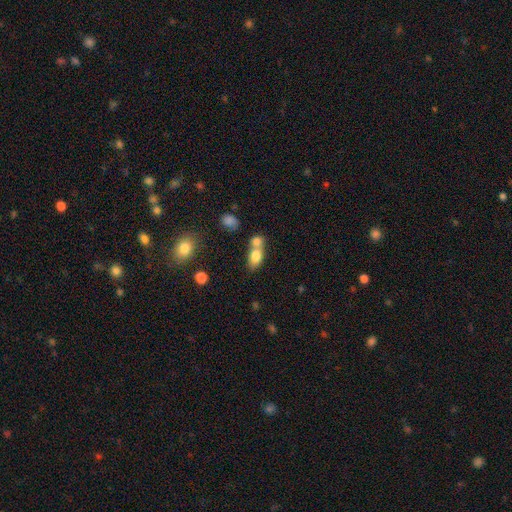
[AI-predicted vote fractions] A smooth galaxy with no disk features (78%) that is in between round and cigar-shaped (76%).

Vote fractions:
- Smooth or featured? smooth: 78% / featured or disk: 13% / star or artifact: 9%
- How rounded? in between: 76% / round: 20% / cigar-shaped: 4%
- Merging? merger: 58% / none: 29% / minor disturbance: 9% / major disturbance: 4%